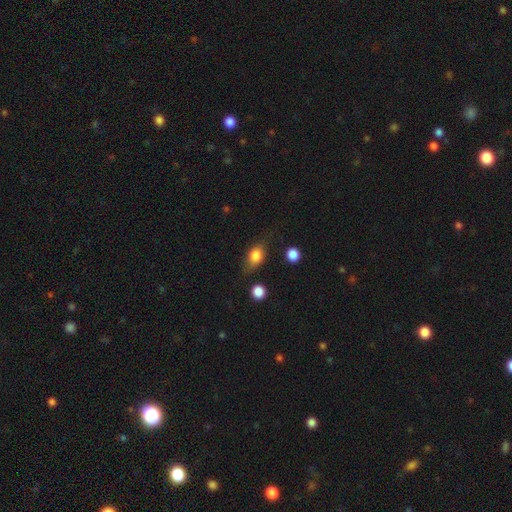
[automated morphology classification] Smooth or featured?
  - smooth: 79% *
  - featured or disk: 13%
  - star or artifact: 8%
How rounded?
  - in between: 73% *
  - round: 22%
  - cigar-shaped: 5%
Merging?
  - none: 66% *
  - minor disturbance: 23%
  - major disturbance: 8%
  - merger: 3%